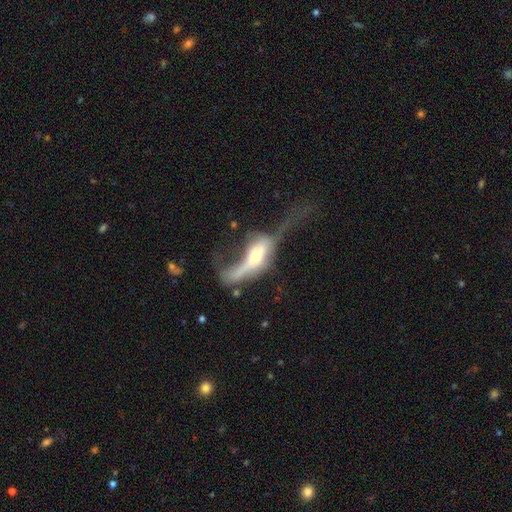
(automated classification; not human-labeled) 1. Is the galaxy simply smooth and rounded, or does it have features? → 55% featured or disk, 36% smooth, 9% star or artifact.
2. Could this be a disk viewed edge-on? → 52% yes, 48% no.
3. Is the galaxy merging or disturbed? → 56% major disturbance, 16% merger, 15% none, 13% minor disturbance.